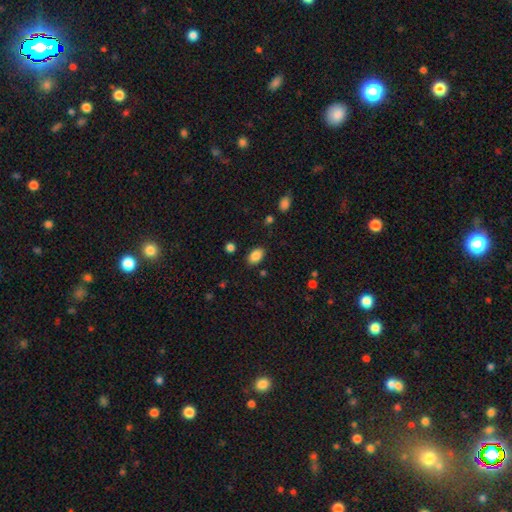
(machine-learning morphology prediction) The model was most divided on "merging": none: 85%, minor disturbance: 10%, major disturbance: 3%, merger: 2%. More confident: how rounded — in between (89%); smooth or featured — smooth (86%).